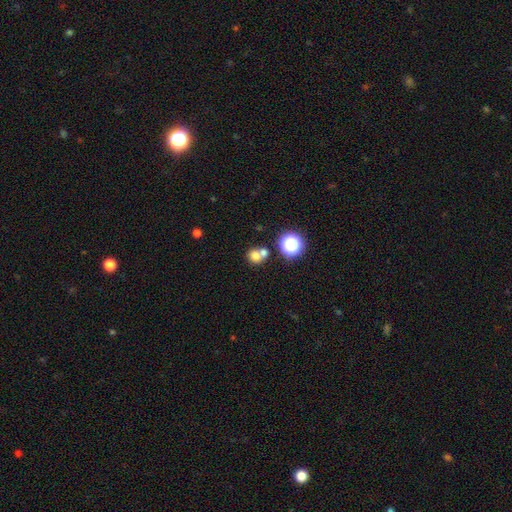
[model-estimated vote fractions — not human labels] A smooth galaxy with no disk features (71%) that is round (79%). Merging: none (47%).